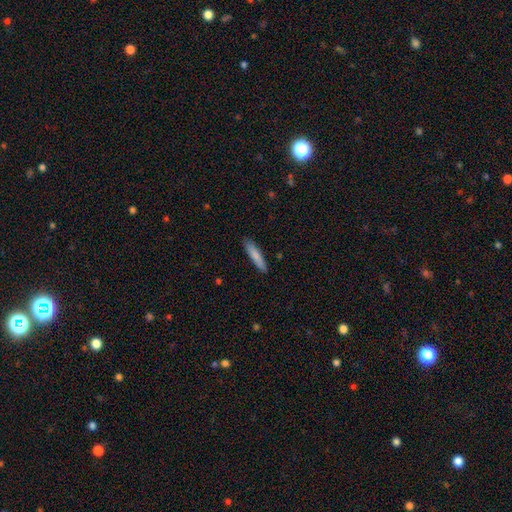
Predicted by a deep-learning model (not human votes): Morphology: type=smooth (81%); roundness=cigar-shaped (86%); merging=none (86%).